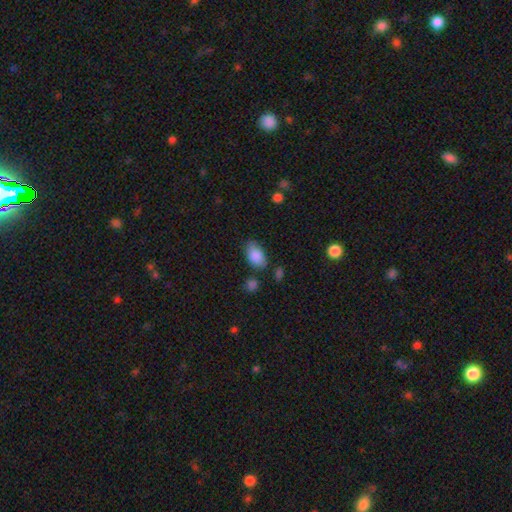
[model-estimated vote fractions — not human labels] Smooth or featured?
  - smooth: 87% *
  - star or artifact: 7%
  - featured or disk: 6%
How rounded?
  - in between: 91% *
  - round: 7%
  - cigar-shaped: 2%
Merging?
  - none: 70% *
  - minor disturbance: 21%
  - major disturbance: 5%
  - merger: 4%